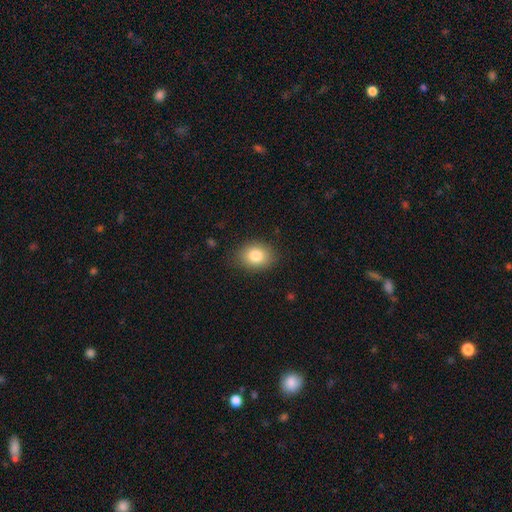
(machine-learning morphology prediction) smooth_or_featured: smooth (p=0.82) [alt: star or artifact p=0.09]
how_rounded: in between (p=0.59) [alt: round p=0.40]
merging: none (p=0.85) [alt: minor disturbance p=0.11]